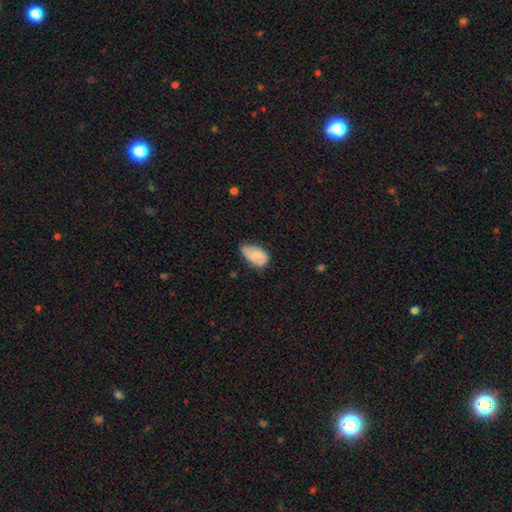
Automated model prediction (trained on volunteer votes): Q: Smooth or featured?
A: smooth (55%); runner-up: featured or disk (38%)
Q: How rounded?
A: in between (91%); runner-up: round (7%)
Q: Merging?
A: none (49%); runner-up: minor disturbance (38%)